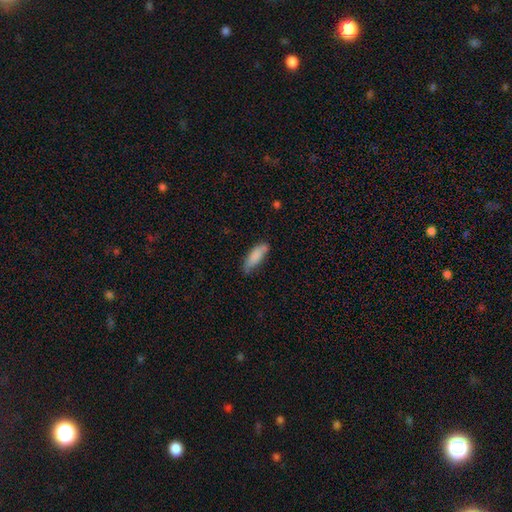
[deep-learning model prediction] A smooth galaxy with no disk features (84%) that is in between round and cigar-shaped (59%).

Vote fractions:
- Smooth or featured? smooth: 84% / featured or disk: 10% / star or artifact: 6%
- How rounded? in between: 59% / cigar-shaped: 40% / round: 2%
- Merging? none: 66% / minor disturbance: 27% / major disturbance: 5% / merger: 2%